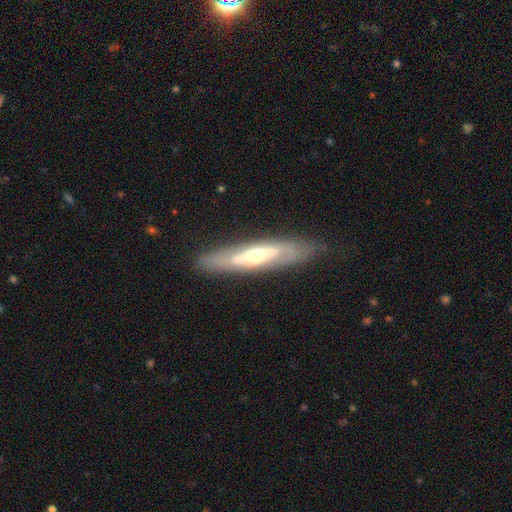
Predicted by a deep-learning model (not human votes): The model was most divided on "edge-on disk": no: 51%, yes: 49%. More confident: merging — none (80%); smooth or featured — featured or disk (65%).